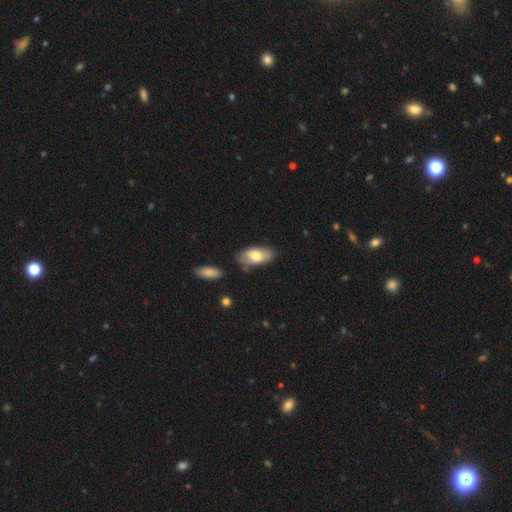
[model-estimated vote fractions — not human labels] This appears to be a smooth galaxy with no disk features (72%) that is in between round and cigar-shaped (92%). Merging: none (69%).